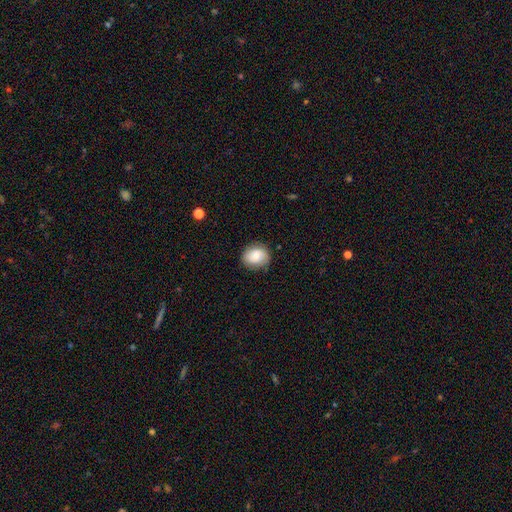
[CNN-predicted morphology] Smooth or featured? Predicted: smooth (p=0.75). How rounded? Predicted: round (p=0.63). Merging? Predicted: none (p=0.78).